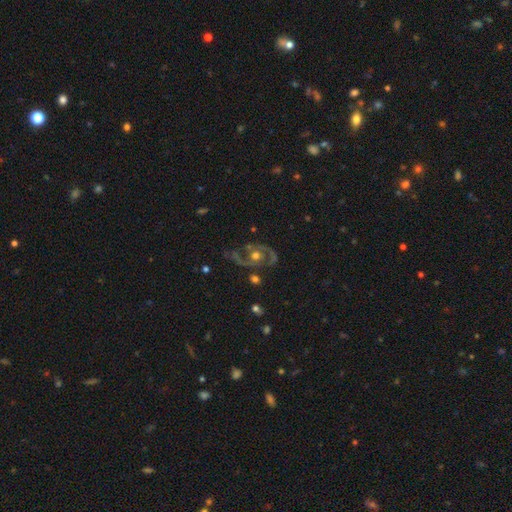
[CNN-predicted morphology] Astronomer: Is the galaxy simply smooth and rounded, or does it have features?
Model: featured or disk — 82%.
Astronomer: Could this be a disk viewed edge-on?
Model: no — 97%.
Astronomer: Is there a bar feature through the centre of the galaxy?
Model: no — 78%.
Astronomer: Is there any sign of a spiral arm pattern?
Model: yes — 84%.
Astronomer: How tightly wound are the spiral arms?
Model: medium — 51% (runner-up: loose, 26%).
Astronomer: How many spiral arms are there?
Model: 2 — 85%.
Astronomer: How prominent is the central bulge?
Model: moderate — 71%.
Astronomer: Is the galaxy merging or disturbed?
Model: none — 65%.